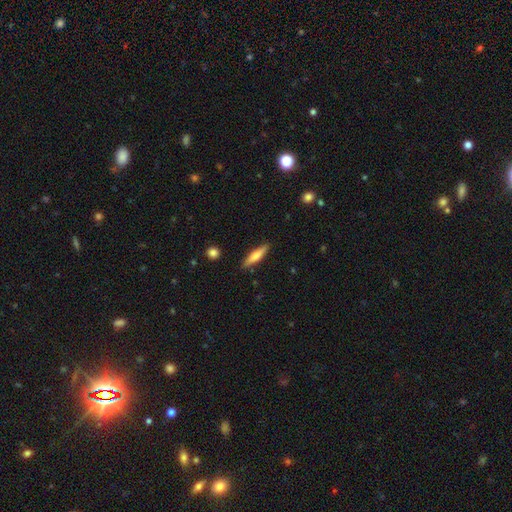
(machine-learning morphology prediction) This appears to be a smooth galaxy with no disk features (64%) that is cigar-shaped (81%). Merging: none (88%).